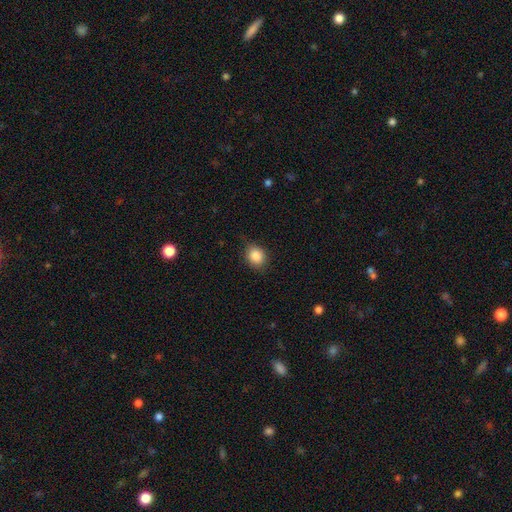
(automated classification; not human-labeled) smooth-or-featured: smooth: 86% | star or artifact: 9% | featured or disk: 5%
  how-rounded: round: 58% | in between: 41% | cigar-shaped: 1%
  merging: none: 78% | minor disturbance: 17% | major disturbance: 3% | merger: 1%